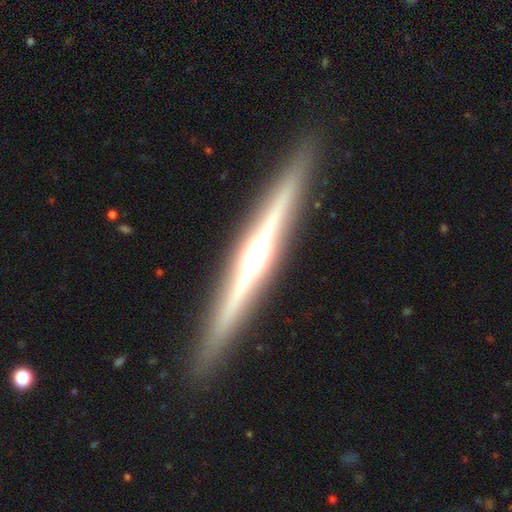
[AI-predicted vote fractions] Smooth or featured? Predicted: featured or disk (p=0.84). Edge-on disk? Predicted: yes (p=0.98). Edge-on bulge? Predicted: rounded (p=0.87). Merging? Predicted: none (p=0.92).